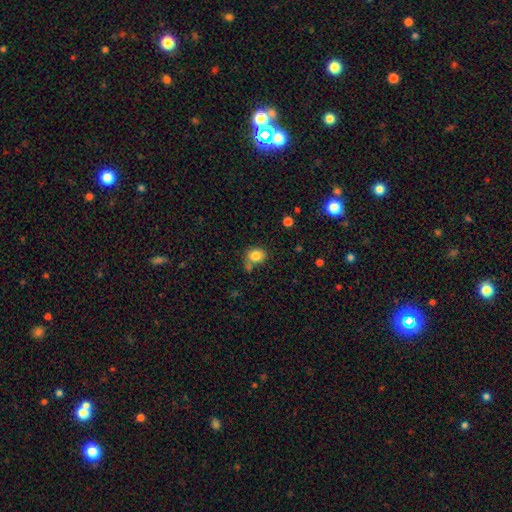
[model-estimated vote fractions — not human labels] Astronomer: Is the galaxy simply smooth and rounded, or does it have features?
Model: smooth — 83%.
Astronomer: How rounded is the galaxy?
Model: round — 65%.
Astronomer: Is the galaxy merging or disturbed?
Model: none — 65%.